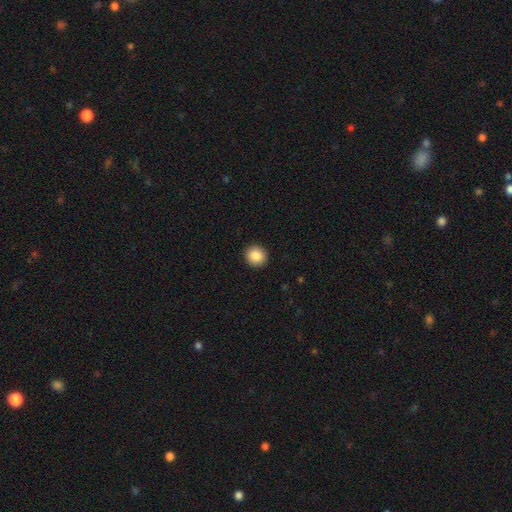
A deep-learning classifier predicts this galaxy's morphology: A smooth galaxy with no disk features (88%) that is round (91%).

Vote fractions:
- Smooth or featured? smooth: 88% / star or artifact: 9% / featured or disk: 4%
- How rounded? round: 91% / in between: 8% / cigar-shaped: 1%
- Merging? none: 93% / minor disturbance: 5% / major disturbance: 2% / merger: 1%